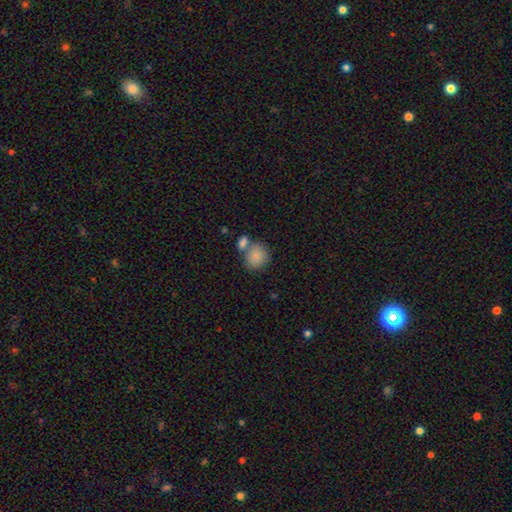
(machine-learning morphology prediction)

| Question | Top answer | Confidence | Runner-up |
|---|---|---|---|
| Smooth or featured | smooth | 84% | star or artifact (8%) |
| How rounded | round | 76% | in between (23%) |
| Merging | none | 50% | merger (34%) |